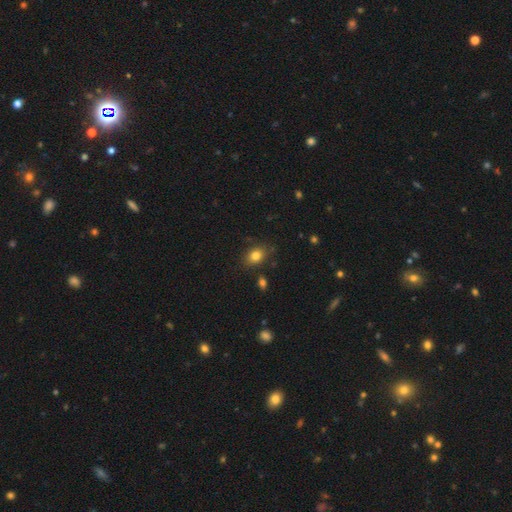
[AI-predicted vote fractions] The model was most divided on "how rounded": in between: 68%, round: 30%, cigar-shaped: 1%. More confident: smooth or featured — smooth (81%); merging — none (81%).